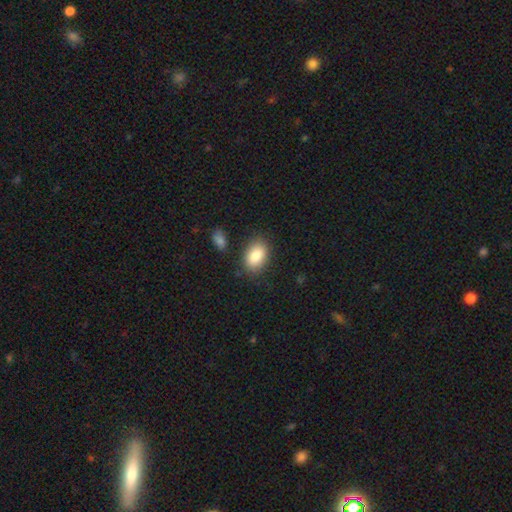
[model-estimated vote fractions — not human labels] Overall: smooth (87%). How rounded: in between (89%). Merging: none (82%).